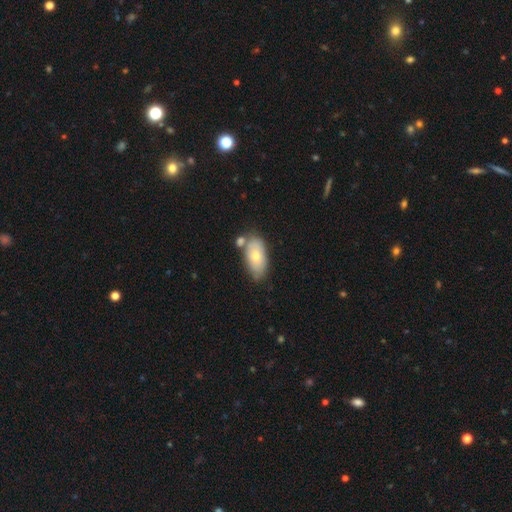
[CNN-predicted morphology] Overall: smooth (68%). How rounded: in between (92%). Merging: none (57%; merger 21%).